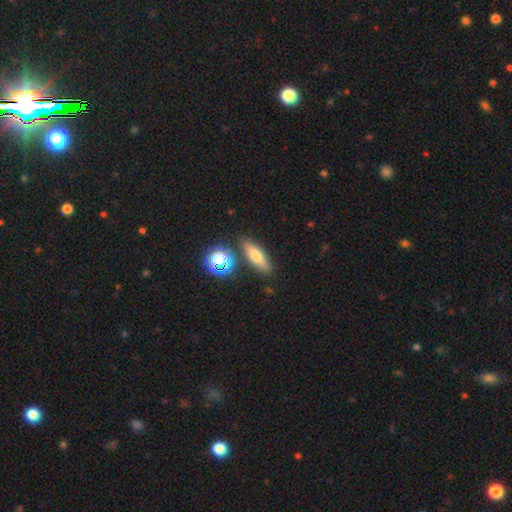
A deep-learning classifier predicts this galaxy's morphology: Q: Smooth or featured?
A: smooth (61%); runner-up: featured or disk (24%)
Q: How rounded?
A: cigar-shaped (47%); runner-up: in between (42%)
Q: Merging?
A: none (82%); runner-up: minor disturbance (10%)